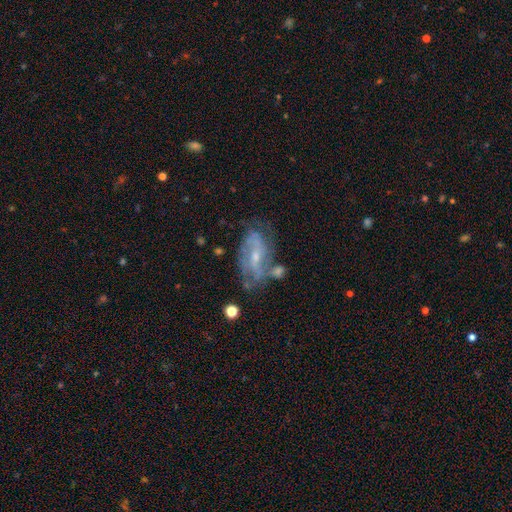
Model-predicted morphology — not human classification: Smooth or featured? Predicted: featured or disk (p=0.79). Edge-on disk? Predicted: no (p=0.93). Bar? Predicted: weak (p=0.45). Spiral arms? Predicted: yes (p=0.87). Spiral winding? Predicted: medium (p=0.44). Spiral arm count? Predicted: 2 (p=0.61). Bulge size? Predicted: small (p=0.60). Merging? Predicted: none (p=0.55).